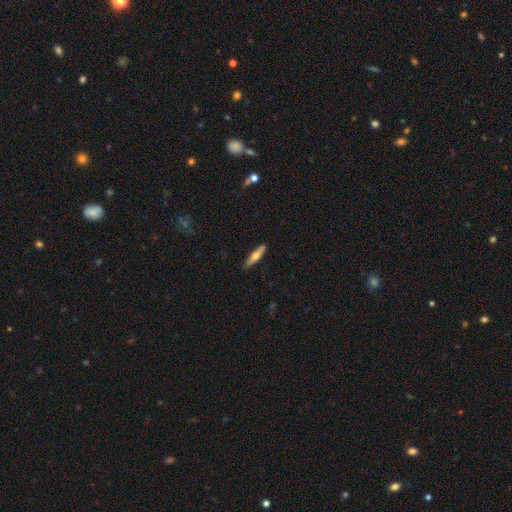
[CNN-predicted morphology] Smooth or featured?
  - smooth: 55% *
  - featured or disk: 39%
  - star or artifact: 6%
How rounded?
  - cigar-shaped: 78% *
  - in between: 20%
  - round: 2%
Merging?
  - none: 89% *
  - minor disturbance: 8%
  - major disturbance: 2%
  - merger: 1%